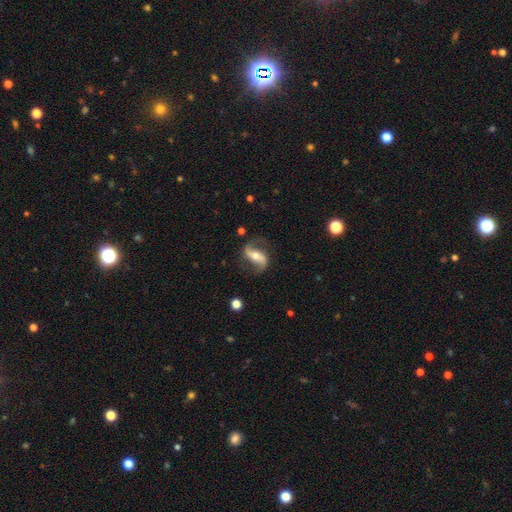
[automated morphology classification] This is clearly a featured or disk galaxy (85%). It is clearly not viewed edge-on (94%). Bar: possibly strong (49%). Spiral arm pattern: clearly yes (94%). Spiral arm count: clearly 2 (92%). Spiral winding: likely loose (65%). Central bulge: possibly moderate (58%). Merging: likely none (77%).